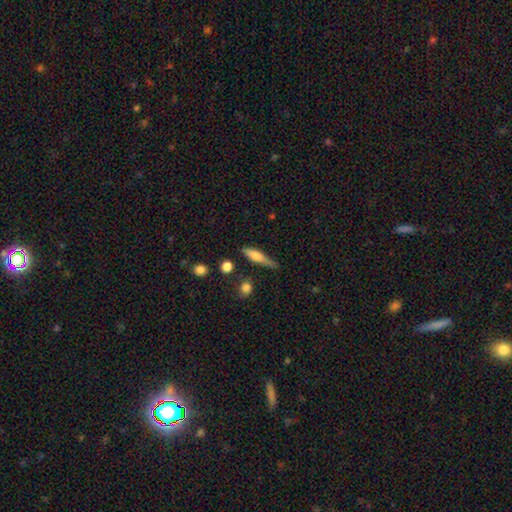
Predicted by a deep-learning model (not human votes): This appears to be a smooth galaxy with no disk features (60%) that is cigar-shaped (77%). Merging: none (66%).